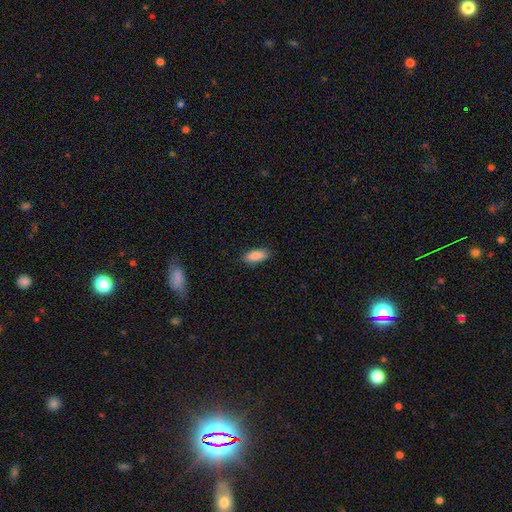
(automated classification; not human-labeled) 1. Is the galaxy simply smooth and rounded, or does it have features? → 87% smooth, 7% star or artifact, 6% featured or disk.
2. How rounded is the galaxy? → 82% in between, 16% cigar-shaped, 2% round.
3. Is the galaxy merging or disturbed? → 87% none, 10% minor disturbance, 2% major disturbance, 1% merger.